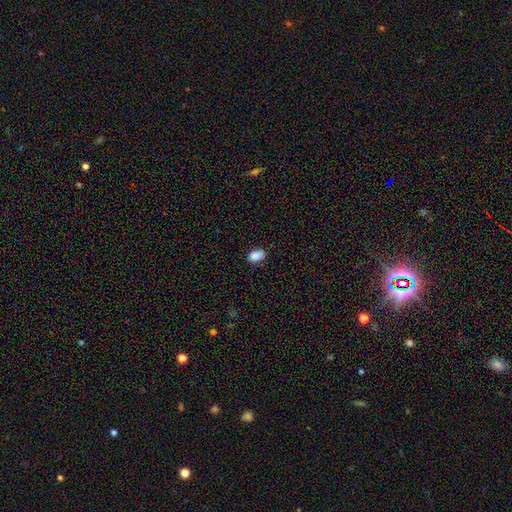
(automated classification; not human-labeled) smooth 88%, star or artifact 9%, featured or disk 3%. Down the decision tree: how rounded — in between (89%); merging — none (78%).